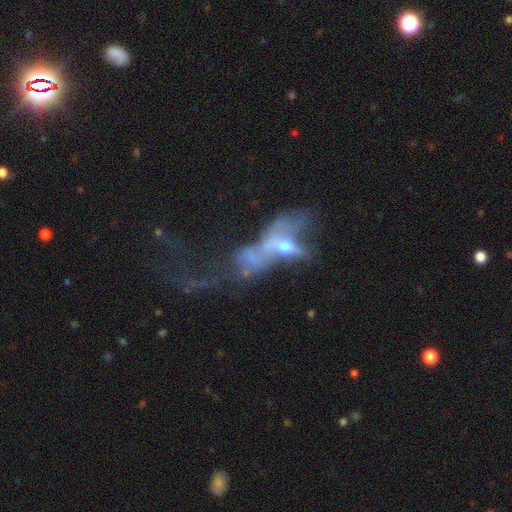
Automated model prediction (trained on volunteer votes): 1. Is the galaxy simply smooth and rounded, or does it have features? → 58% featured or disk, 27% smooth, 15% star or artifact.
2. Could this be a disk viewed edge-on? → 84% no, 16% yes.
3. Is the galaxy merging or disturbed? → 42% major disturbance, 39% merger, 11% none, 7% minor disturbance.